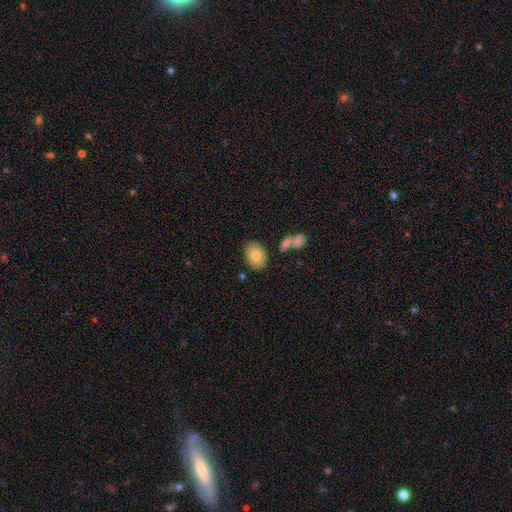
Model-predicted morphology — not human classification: Smooth or featured? smooth (79%)
How rounded? in between (73%)
Merging? none (81%)